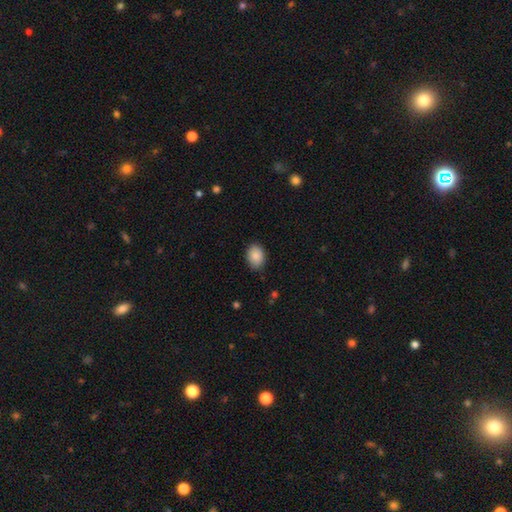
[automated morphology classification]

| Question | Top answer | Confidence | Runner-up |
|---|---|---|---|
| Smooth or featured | smooth | 87% | star or artifact (7%) |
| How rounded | in between | 70% | round (29%) |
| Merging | none | 84% | minor disturbance (12%) |